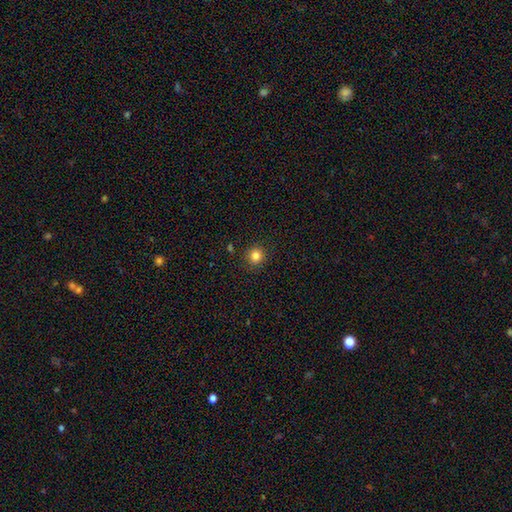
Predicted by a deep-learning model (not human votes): Smooth or featured? Predicted: smooth (p=0.83). How rounded? Predicted: round (p=0.90). Merging? Predicted: none (p=0.90).